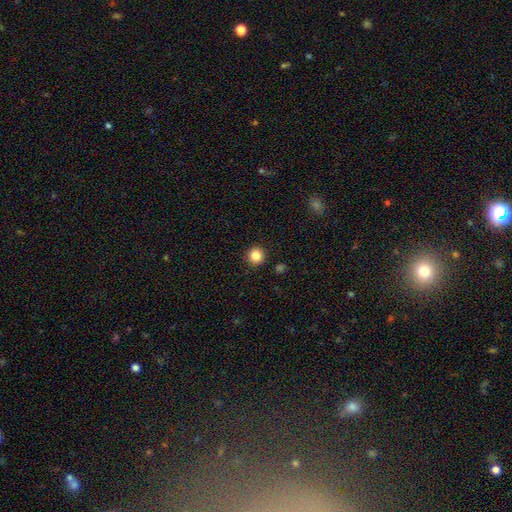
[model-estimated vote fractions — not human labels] The model was most divided on "smooth or featured": smooth: 84%, star or artifact: 11%, featured or disk: 5%. More confident: how rounded — round (95%); merging — none (92%).